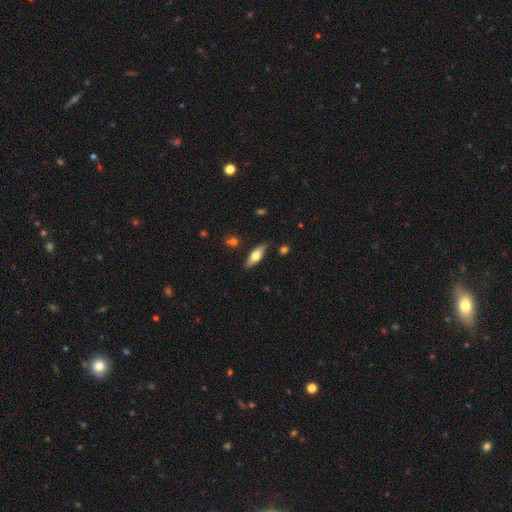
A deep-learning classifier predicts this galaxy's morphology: A smooth galaxy with no disk features (53%) that is in between round and cigar-shaped (50%). Merging: none (83%).